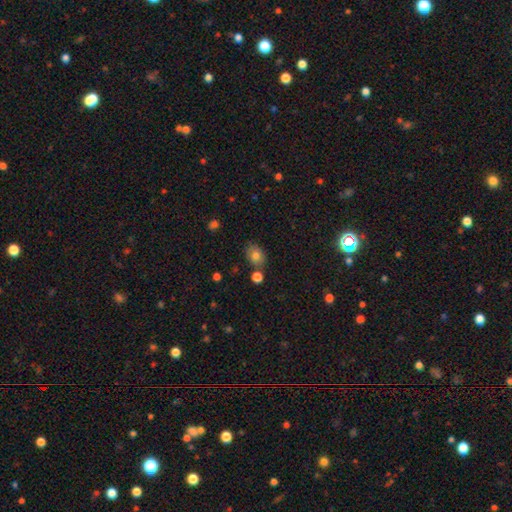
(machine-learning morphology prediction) A smooth galaxy with no disk features (79%) that is in between round and cigar-shaped (69%).

Vote fractions:
- Smooth or featured? smooth: 79% / featured or disk: 11% / star or artifact: 11%
- How rounded? in between: 69% / round: 29% / cigar-shaped: 1%
- Merging? none: 72% / minor disturbance: 14% / merger: 10% / major disturbance: 4%